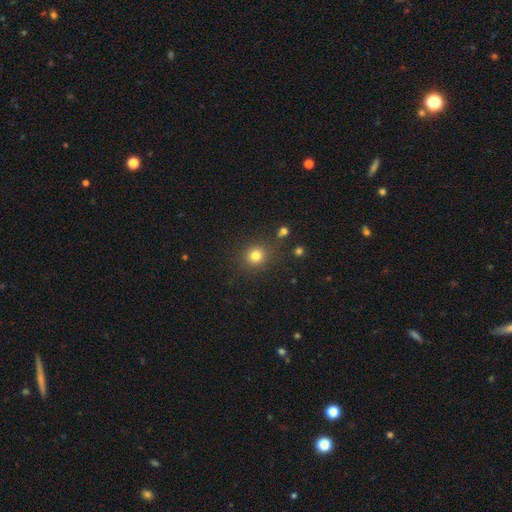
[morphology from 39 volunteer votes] A smooth galaxy with no disk features (82%) that is round (97%).

Vote fractions:
- Smooth or featured? smooth: 82% / featured or disk: 13% / star or artifact: 5%
- How rounded? round: 97% / in between: 3% / cigar-shaped: 0%
- Merging? none: 92% / minor disturbance: 3% / major disturbance: 3% / merger: 3%